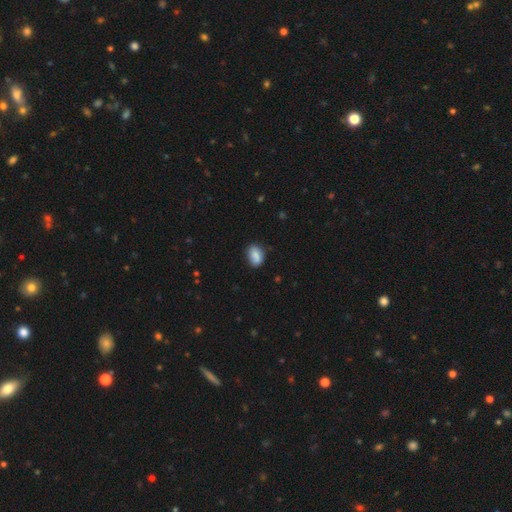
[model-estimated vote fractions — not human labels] The model was most divided on "merging": none: 77%, minor disturbance: 18%, major disturbance: 3%, merger: 2%. More confident: smooth or featured — smooth (86%); how rounded — in between (81%).